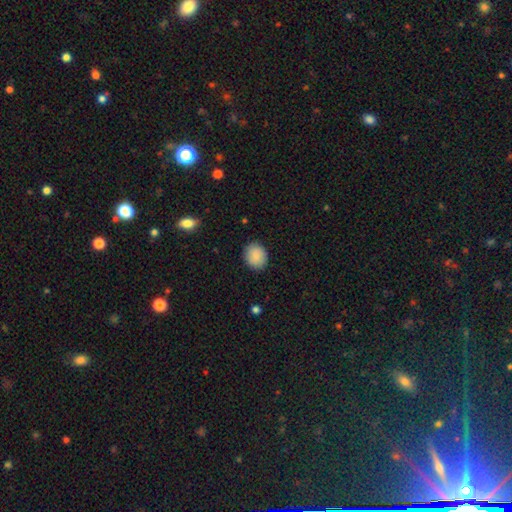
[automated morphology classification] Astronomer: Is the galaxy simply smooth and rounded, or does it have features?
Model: smooth — 89%.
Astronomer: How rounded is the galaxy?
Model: round — 61% (runner-up: in between, 38%).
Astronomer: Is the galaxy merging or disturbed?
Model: none — 89%.